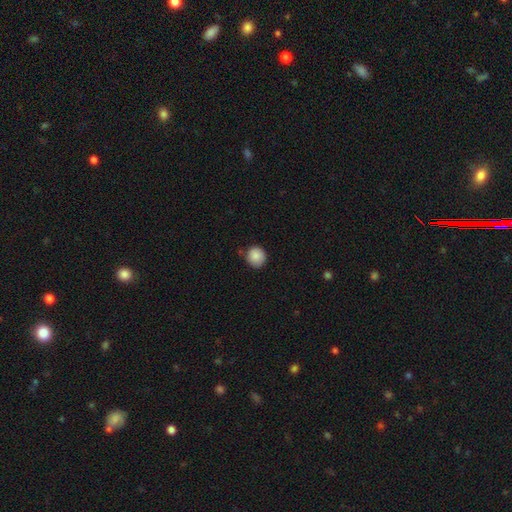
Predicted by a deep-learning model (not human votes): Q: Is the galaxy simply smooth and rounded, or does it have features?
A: smooth — 88%.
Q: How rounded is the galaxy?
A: round — 90%.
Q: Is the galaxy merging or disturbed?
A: none — 81%.